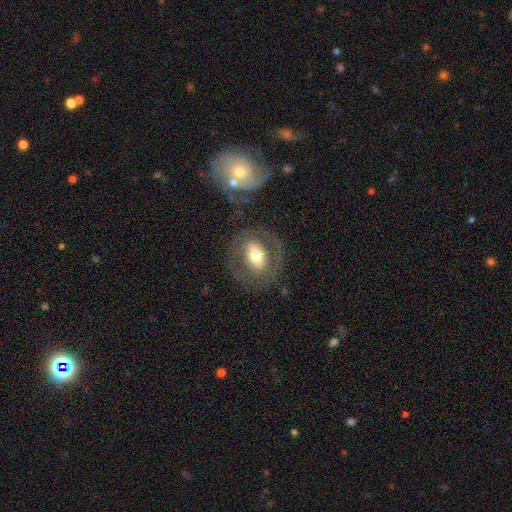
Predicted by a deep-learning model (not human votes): A featured or disk galaxy (51%). Merging: none (75%).